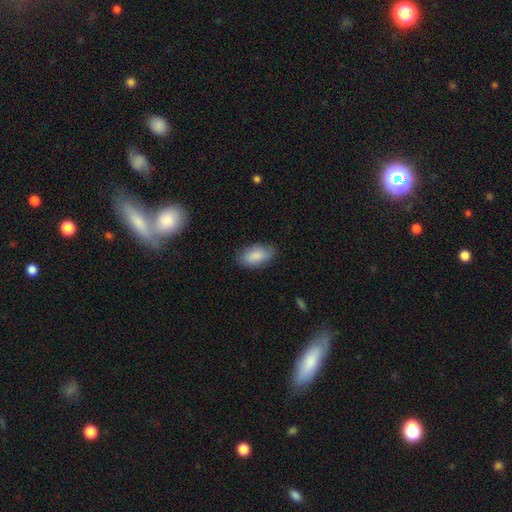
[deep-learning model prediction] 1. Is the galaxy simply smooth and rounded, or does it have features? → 87% smooth, 7% featured or disk, 6% star or artifact.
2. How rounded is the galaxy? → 94% in between, 3% round, 3% cigar-shaped.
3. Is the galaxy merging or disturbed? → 81% none, 15% minor disturbance, 3% major disturbance, 1% merger.